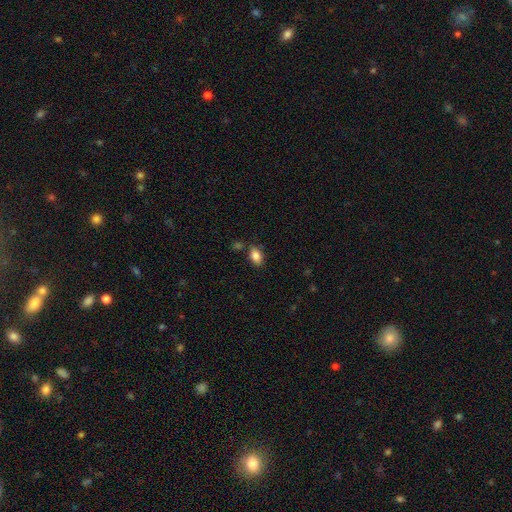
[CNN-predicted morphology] Smooth or featured?
  - smooth: 85% *
  - star or artifact: 9%
  - featured or disk: 7%
How rounded?
  - in between: 88% *
  - round: 10%
  - cigar-shaped: 2%
Merging?
  - none: 77% *
  - minor disturbance: 14%
  - merger: 6%
  - major disturbance: 3%